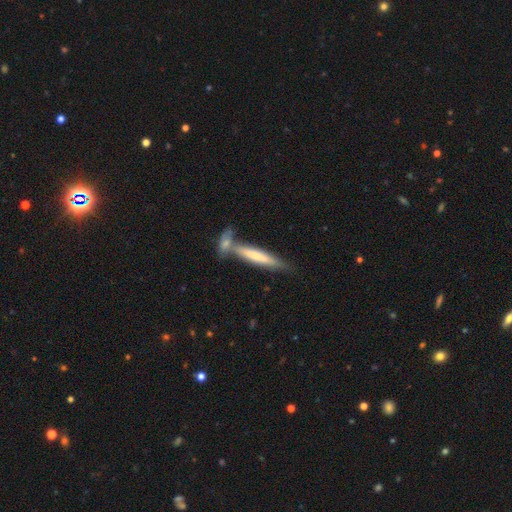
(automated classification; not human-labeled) Morphology: type=smooth (61%); roundness=cigar-shaped (92%); merging=none (56%).